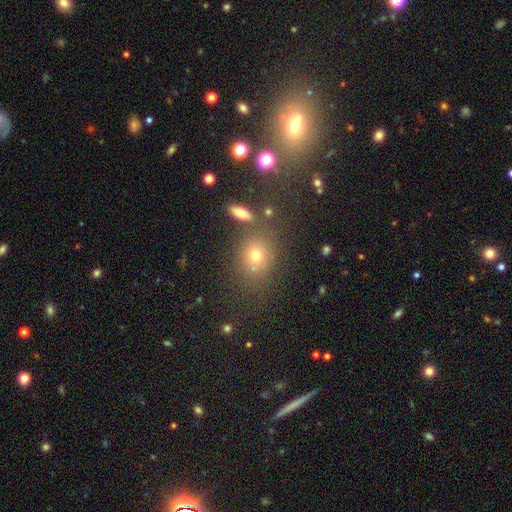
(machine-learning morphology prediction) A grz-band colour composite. It shows a smooth galaxy with no disk features (63%) that is round (66%). Merging: none (72%).